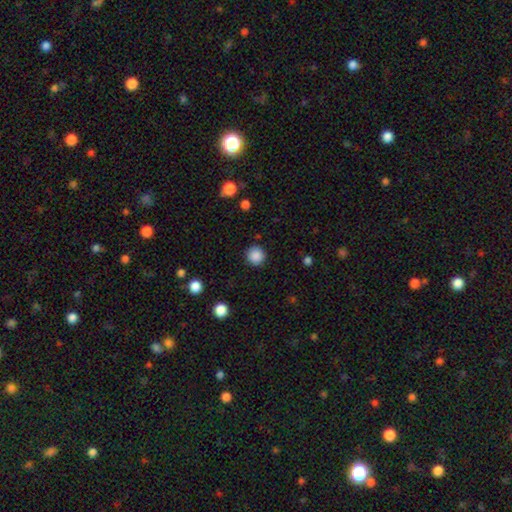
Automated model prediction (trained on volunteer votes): This appears to be a smooth galaxy with no disk features (87%) that is round (94%). Merging: none (90%).